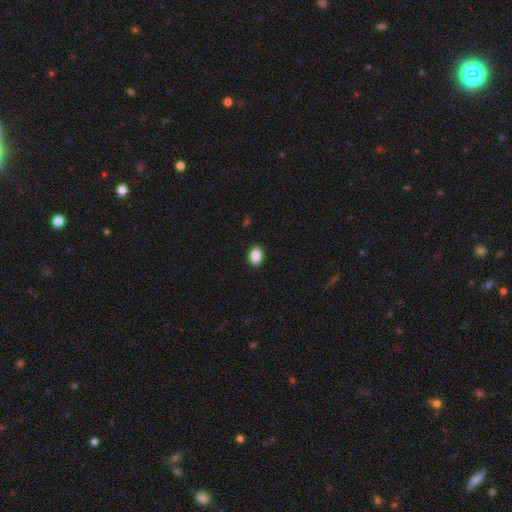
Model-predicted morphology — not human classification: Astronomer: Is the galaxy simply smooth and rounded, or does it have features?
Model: smooth — 89%.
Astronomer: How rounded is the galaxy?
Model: in between — 83%.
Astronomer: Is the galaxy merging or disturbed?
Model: none — 90%.